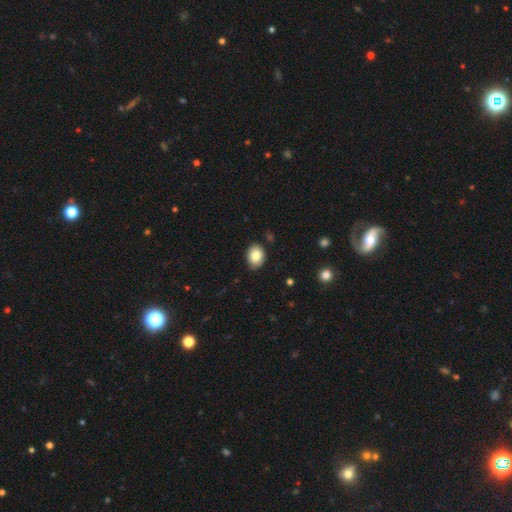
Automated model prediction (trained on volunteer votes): This appears to be a smooth galaxy with no disk features (84%) that is in between round and cigar-shaped (67%). Merging: none (85%).